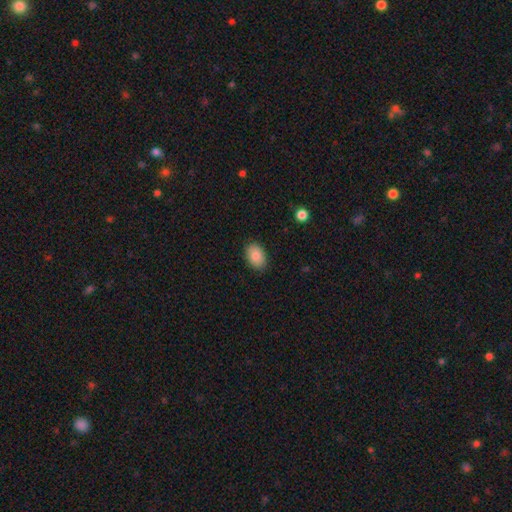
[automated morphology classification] Smooth or featured? smooth (85%)
How rounded? in between (86%)
Merging? none (86%)